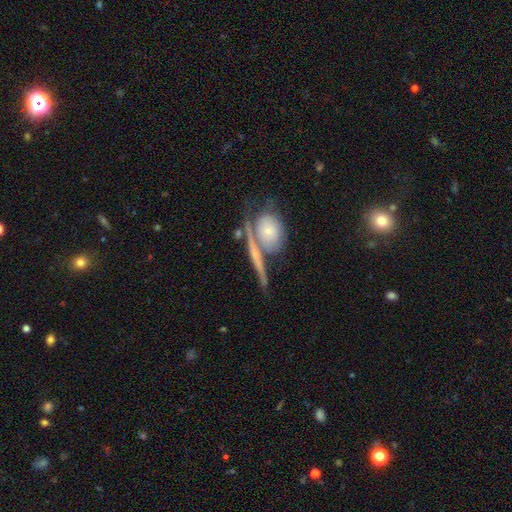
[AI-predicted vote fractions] Q: Smooth or featured?
A: featured or disk (58%); runner-up: smooth (33%)
Q: Edge-on disk?
A: yes (66%); runner-up: no (34%)
Q: Merging?
A: none (48%); runner-up: merger (32%)